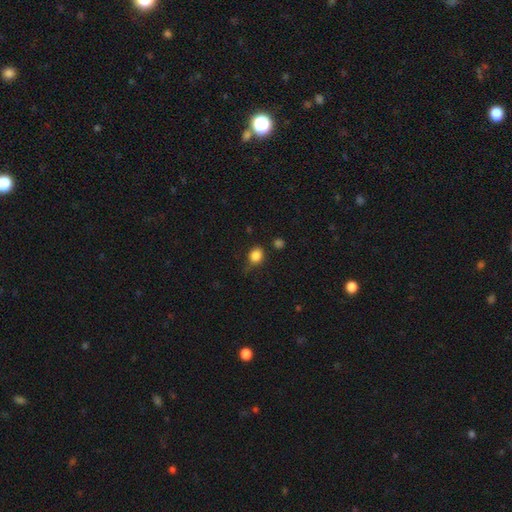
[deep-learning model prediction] smooth_or_featured: smooth (p=0.84) [alt: star or artifact p=0.11]
how_rounded: round (p=0.66) [alt: in between p=0.33]
merging: none (p=0.61) [alt: minor disturbance p=0.27]